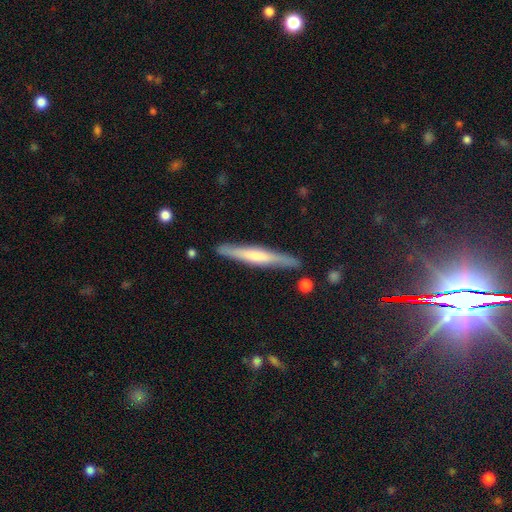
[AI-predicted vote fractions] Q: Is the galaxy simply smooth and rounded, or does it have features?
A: featured or disk — 54%.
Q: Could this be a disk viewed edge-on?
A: yes — 94%.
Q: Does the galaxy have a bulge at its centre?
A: rounded — 50%.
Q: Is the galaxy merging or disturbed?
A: none — 87%.